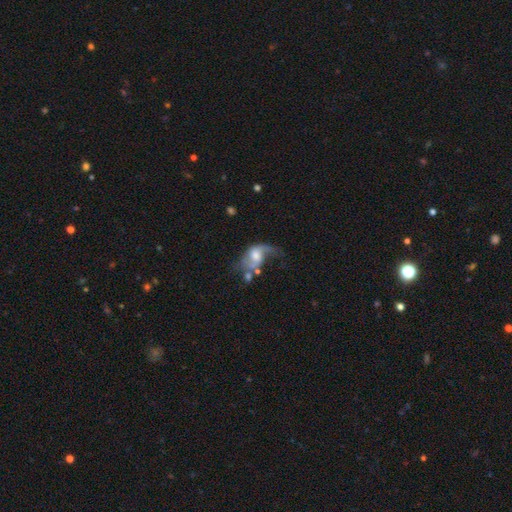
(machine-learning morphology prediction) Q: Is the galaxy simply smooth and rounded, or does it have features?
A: featured or disk — 70%.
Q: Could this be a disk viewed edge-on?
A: no — 96%.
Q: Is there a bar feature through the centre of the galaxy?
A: no — 54%.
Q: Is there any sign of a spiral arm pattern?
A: yes — 87%.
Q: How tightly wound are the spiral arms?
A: loose — 72%.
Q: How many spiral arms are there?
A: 2 — 69%.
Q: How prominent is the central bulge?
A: moderate — 52%.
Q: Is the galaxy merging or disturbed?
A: major disturbance — 34%.